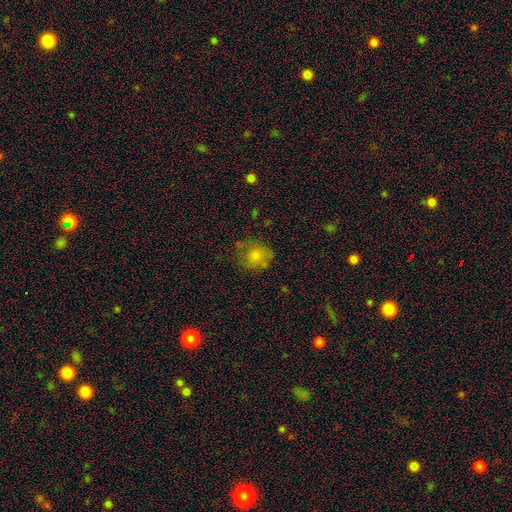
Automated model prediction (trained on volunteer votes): Morphology: type=smooth (71%); roundness=round (72%); merging=none (64%).